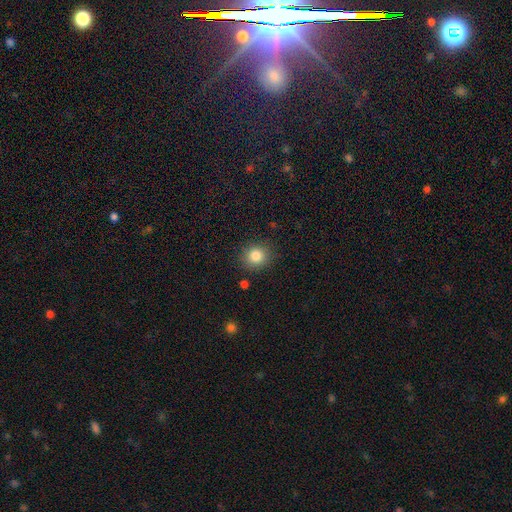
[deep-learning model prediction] Smooth or featured?
  - smooth: 83% *
  - star or artifact: 11%
  - featured or disk: 6%
How rounded?
  - round: 84% *
  - in between: 15%
  - cigar-shaped: 1%
Merging?
  - none: 88% *
  - minor disturbance: 8%
  - major disturbance: 3%
  - merger: 2%